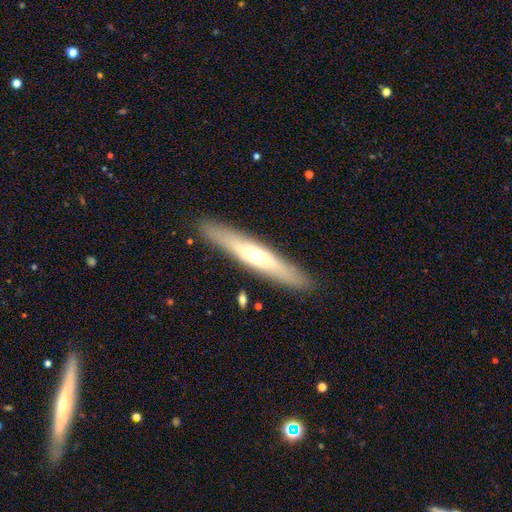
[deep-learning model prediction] The model was most divided on "smooth or featured": featured or disk: 57%, smooth: 36%, star or artifact: 6%. More confident: merging — none (90%); edge-on disk — yes (83%).